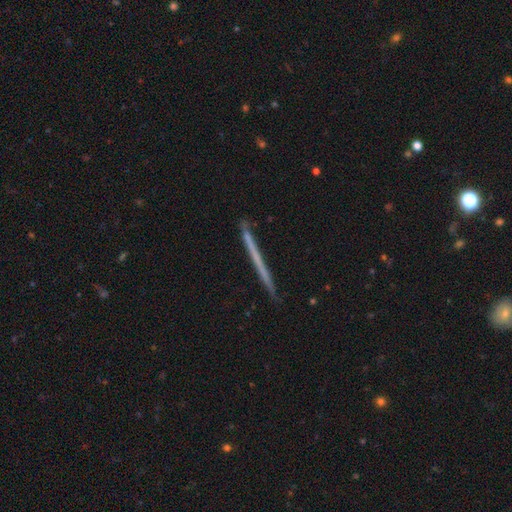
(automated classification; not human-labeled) Overall: featured or disk (52%; smooth 41%). Edge-on disk: yes (97%). Edge-on bulge: none (94%). Merging: none (89%).